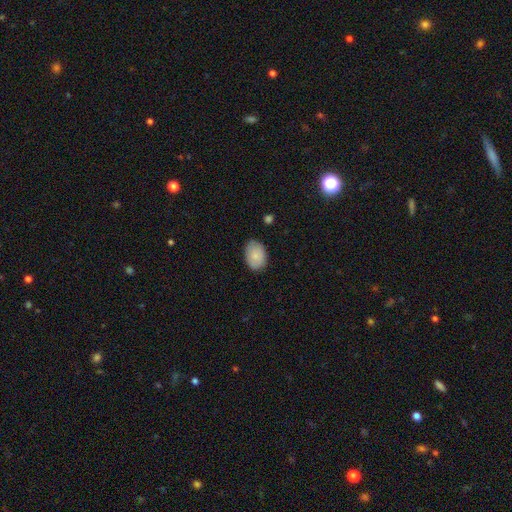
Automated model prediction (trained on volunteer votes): A smooth galaxy with no disk features (82%) that is in between round and cigar-shaped (84%).

Vote fractions:
- Smooth or featured? smooth: 82% / featured or disk: 11% / star or artifact: 6%
- How rounded? in between: 84% / round: 15% / cigar-shaped: 1%
- Merging? none: 83% / minor disturbance: 13% / major disturbance: 2% / merger: 1%